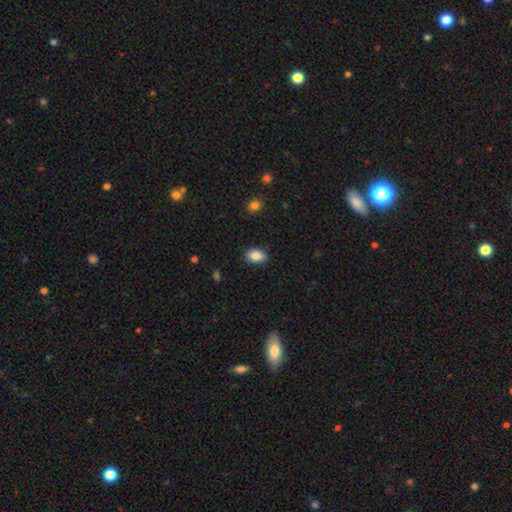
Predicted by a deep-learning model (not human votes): A smooth galaxy with no disk features (88%) that is in between round and cigar-shaped (83%).

Vote fractions:
- Smooth or featured? smooth: 88% / star or artifact: 8% / featured or disk: 4%
- How rounded? in between: 83% / round: 16% / cigar-shaped: 1%
- Merging? none: 88% / minor disturbance: 9% / major disturbance: 2% / merger: 1%